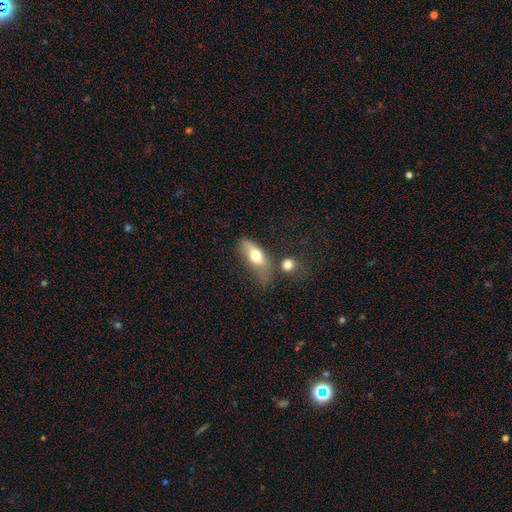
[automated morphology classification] Q: Smooth or featured?
A: smooth (65%); runner-up: featured or disk (28%)
Q: How rounded?
A: in between (72%); runner-up: cigar-shaped (23%)
Q: Merging?
A: none (47%); runner-up: minor disturbance (26%)